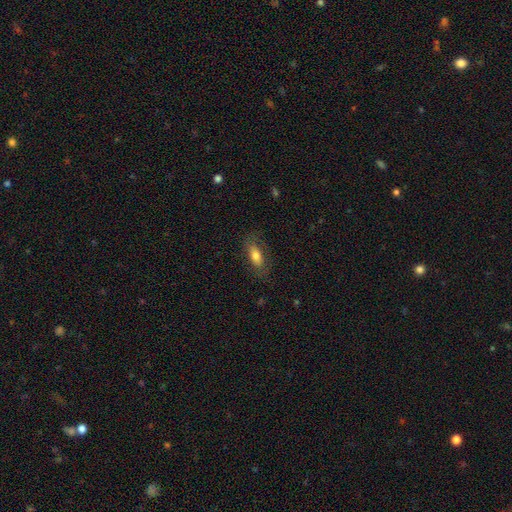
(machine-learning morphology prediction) smooth 72%, featured or disk 21%, star or artifact 7%. Down the decision tree: how rounded — in between (80%); merging — none (75%).